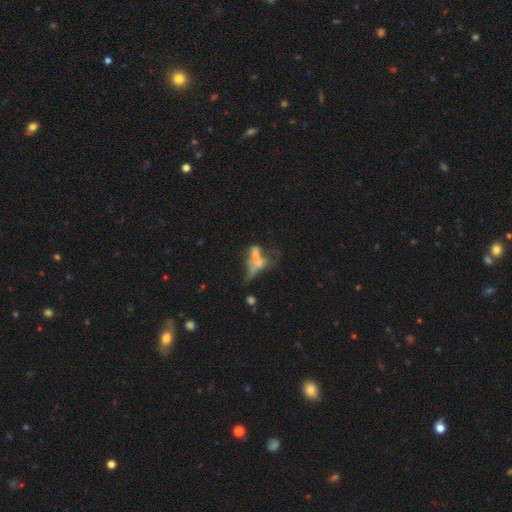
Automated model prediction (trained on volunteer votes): featured or disk 48%, smooth 35%, star or artifact 17%. Down the decision tree: merging — merger (47%).